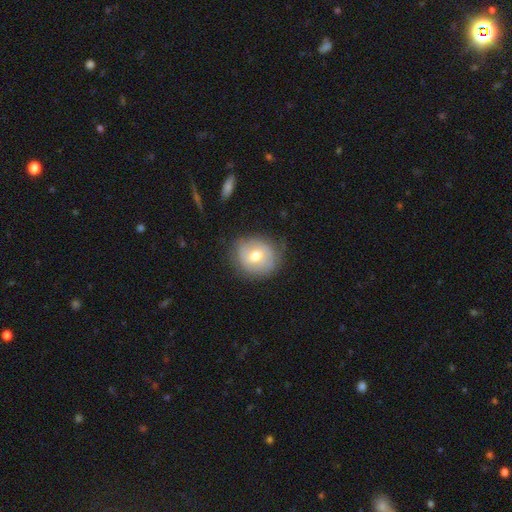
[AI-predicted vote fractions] Smooth or featured?
  - smooth: 60% *
  - featured or disk: 32%
  - star or artifact: 8%
How rounded?
  - round: 81% *
  - in between: 18%
  - cigar-shaped: 1%
Merging?
  - none: 74% *
  - minor disturbance: 19%
  - major disturbance: 5%
  - merger: 1%